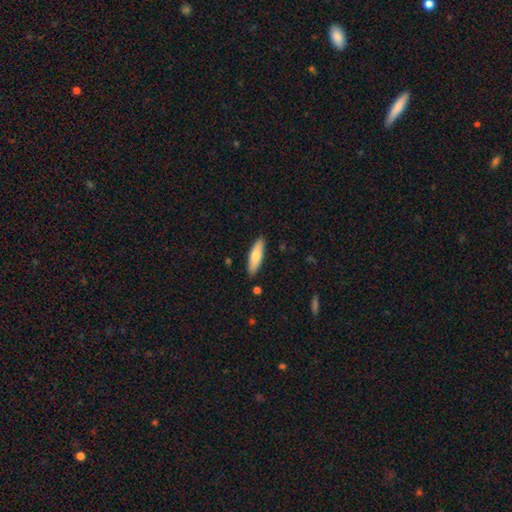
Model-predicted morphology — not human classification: A smooth galaxy with no disk features (72%) that is cigar-shaped (59%).

Vote fractions:
- Smooth or featured? smooth: 72% / featured or disk: 22% / star or artifact: 5%
- How rounded? cigar-shaped: 59% / in between: 40% / round: 2%
- Merging? none: 88% / minor disturbance: 9% / major disturbance: 2% / merger: 2%